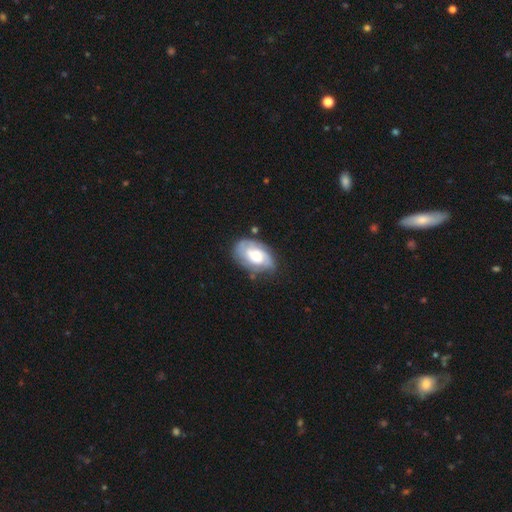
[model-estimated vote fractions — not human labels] smooth-or-featured: featured or disk: 64% | smooth: 29% | star or artifact: 7%
  disk-edge-on: no: 96% | yes: 4%
    bar: no: 71% | weak: 24% | strong: 5%
    has-spiral-arms: yes: 84% | no: 16%
      spiral-winding: tight: 53% | medium: 34% | loose: 13%
      spiral-arm-count: 2: 41% | can't tell: 32% | 3: 11% | 1: 10% | 4: 3% | more than 4: 3%
    bulge-size: large: 51% | moderate: 28% | small: 9% | dominant: 7% | none: 6%
  merging: none: 62% | minor disturbance: 25% | major disturbance: 10% | merger: 3%